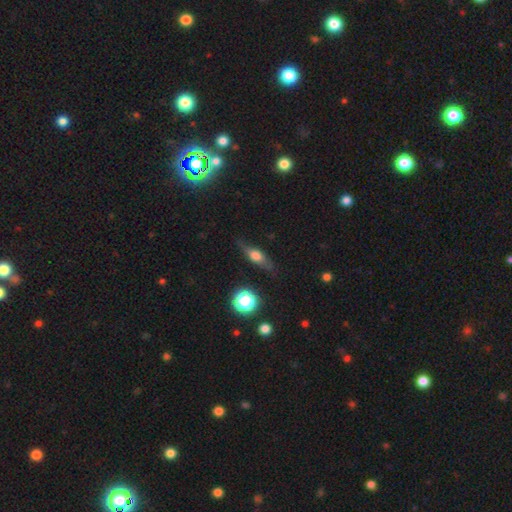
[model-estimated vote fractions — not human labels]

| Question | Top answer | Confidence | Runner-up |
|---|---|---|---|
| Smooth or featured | featured or disk | 47% | smooth (43%) |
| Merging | none | 78% | minor disturbance (16%) |